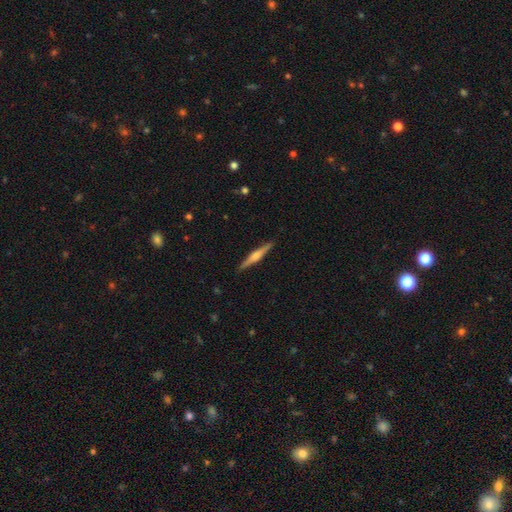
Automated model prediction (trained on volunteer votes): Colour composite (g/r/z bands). It shows a featured or disk galaxy (70%) viewed edge-on (98%) with a rounded central bulge (77%). Merging: none (91%).